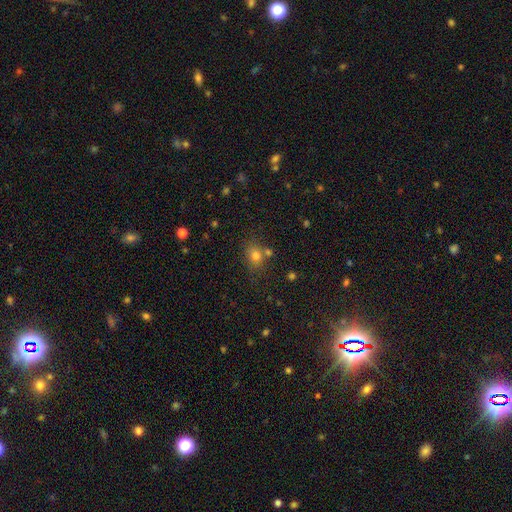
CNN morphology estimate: Q: Smooth or featured?
A: smooth (76%); runner-up: star or artifact (15%)
Q: How rounded?
A: round (52%); runner-up: in between (47%)
Q: Merging?
A: none (63%); runner-up: merger (19%)